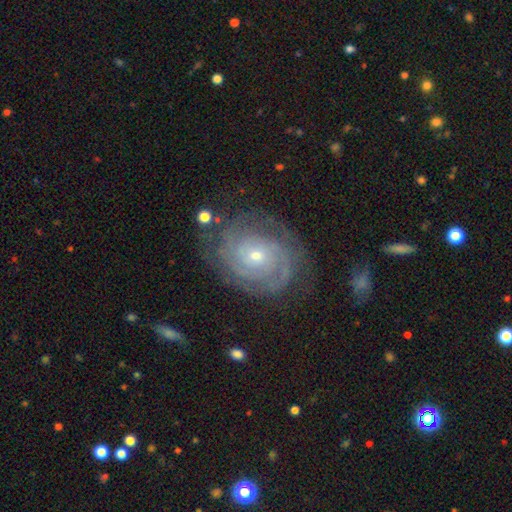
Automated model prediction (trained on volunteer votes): Overall: featured or disk (87%). Edge-on disk: no (97%). Bar: no (77%). Spiral arms: yes (97%). Spiral arm count: 2 (29%; can't tell 26%). Spiral winding: tight (78%). Bulge size: small (65%; moderate 31%). Merging: none (76%).